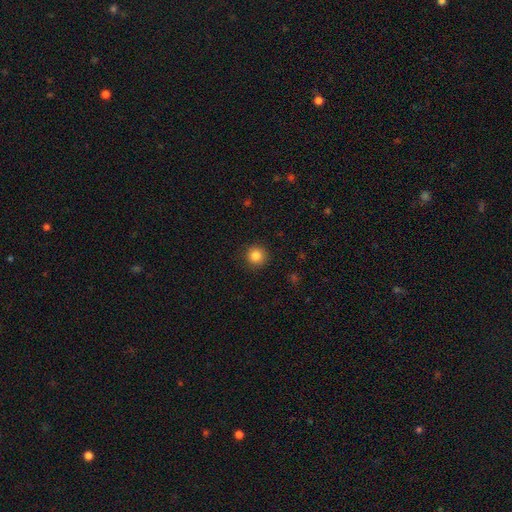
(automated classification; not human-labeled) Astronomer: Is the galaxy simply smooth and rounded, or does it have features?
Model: smooth — 84%.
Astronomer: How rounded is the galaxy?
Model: round — 95%.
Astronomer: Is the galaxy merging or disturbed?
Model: none — 91%.